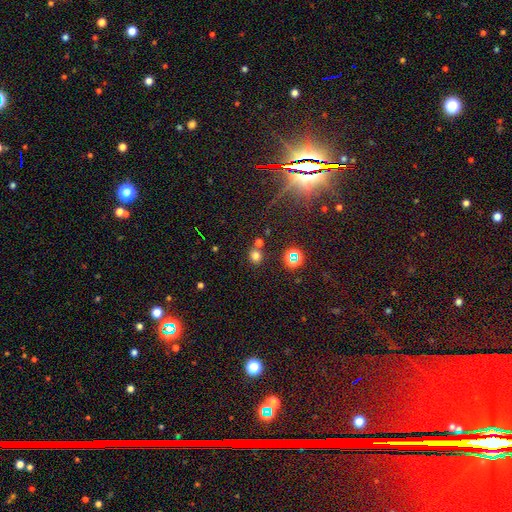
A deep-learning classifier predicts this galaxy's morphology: smooth_or_featured: smooth (p=0.69) [alt: star or artifact p=0.24]
how_rounded: round (p=0.84) [alt: in between p=0.15]
merging: none (p=0.74) [alt: merger p=0.14]